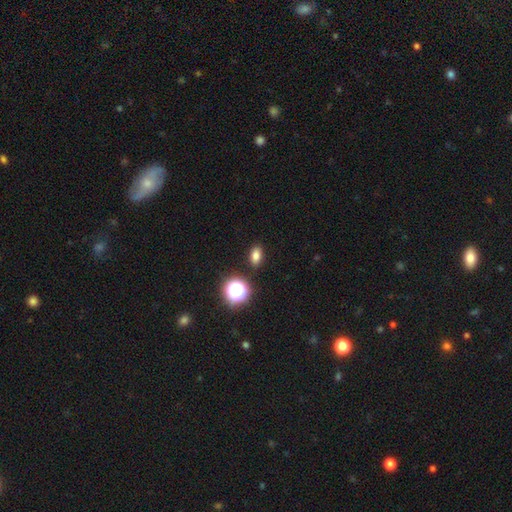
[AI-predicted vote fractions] smooth_or_featured: smooth (p=0.78) [alt: star or artifact p=0.16]
how_rounded: in between (p=0.78) [alt: round p=0.19]
merging: none (p=0.88) [alt: minor disturbance p=0.08]